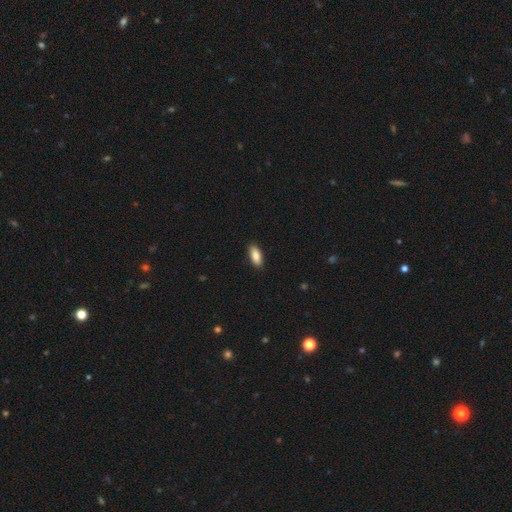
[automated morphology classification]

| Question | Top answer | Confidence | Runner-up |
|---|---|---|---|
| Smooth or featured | smooth | 88% | featured or disk (6%) |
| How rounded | in between | 83% | cigar-shaped (15%) |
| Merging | none | 89% | minor disturbance (8%) |